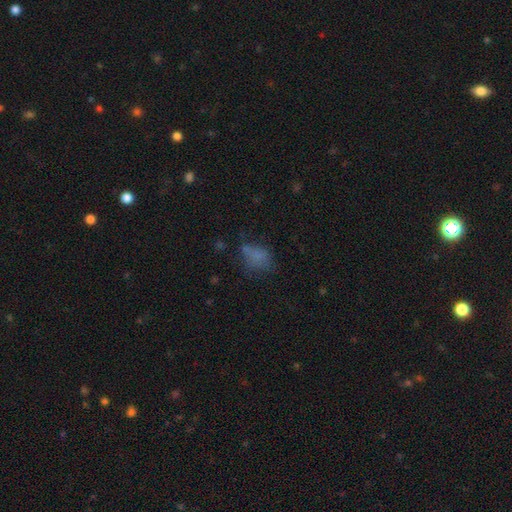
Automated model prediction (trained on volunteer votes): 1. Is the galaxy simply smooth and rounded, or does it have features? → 63% smooth, 19% star or artifact, 18% featured or disk.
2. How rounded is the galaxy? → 74% in between, 22% round, 4% cigar-shaped.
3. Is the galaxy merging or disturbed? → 44% none, 25% minor disturbance, 24% major disturbance, 7% merger.